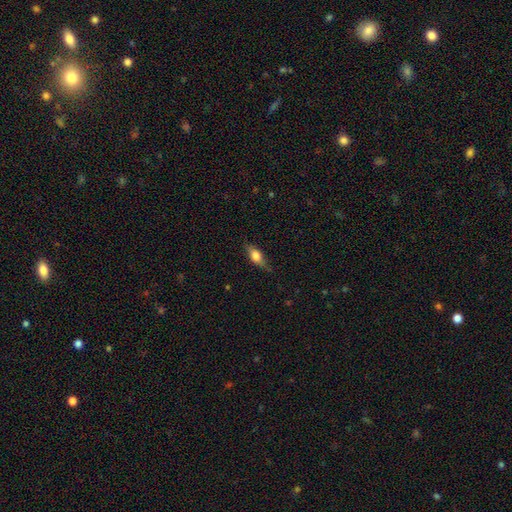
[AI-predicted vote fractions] smooth 63%, featured or disk 30%, star or artifact 7%. Down the decision tree: how rounded — in between (68%); merging — none (75%).